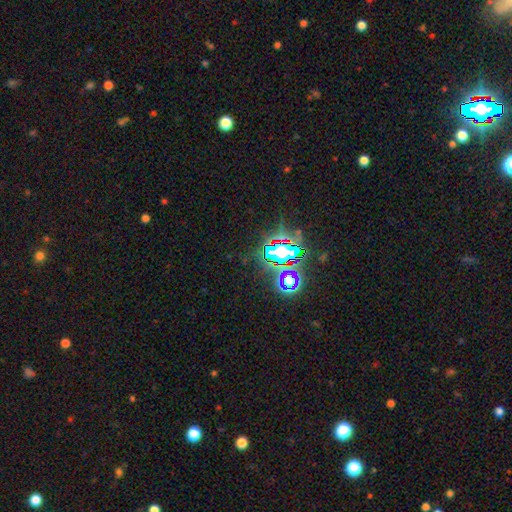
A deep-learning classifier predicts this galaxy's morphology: Smooth or featured?
  - star or artifact: 78% *
  - smooth: 13%
  - featured or disk: 9%